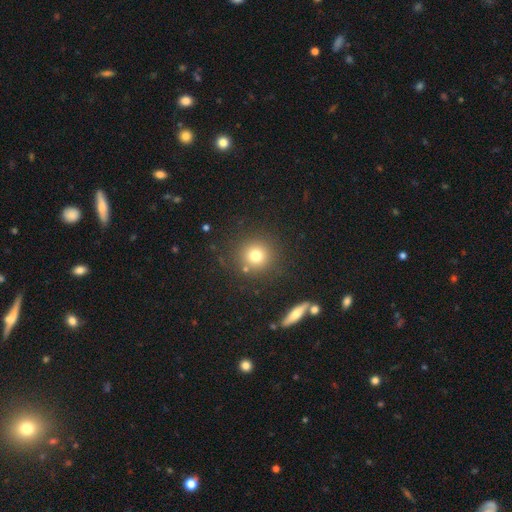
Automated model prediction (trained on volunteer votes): smooth-or-featured: smooth: 76% | star or artifact: 15% | featured or disk: 10%
  how-rounded: round: 94% | in between: 5% | cigar-shaped: 1%
  merging: none: 85% | minor disturbance: 7% | merger: 4% | major disturbance: 3%